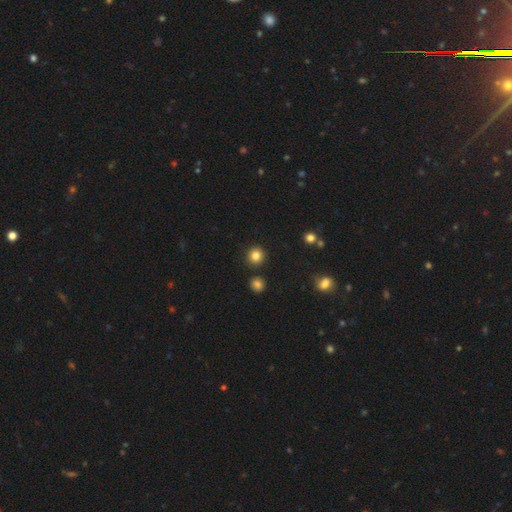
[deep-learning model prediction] Smooth or featured?
  - smooth: 84% *
  - star or artifact: 11%
  - featured or disk: 5%
How rounded?
  - round: 91% *
  - in between: 8%
  - cigar-shaped: 1%
Merging?
  - none: 90% *
  - minor disturbance: 5%
  - merger: 3%
  - major disturbance: 2%